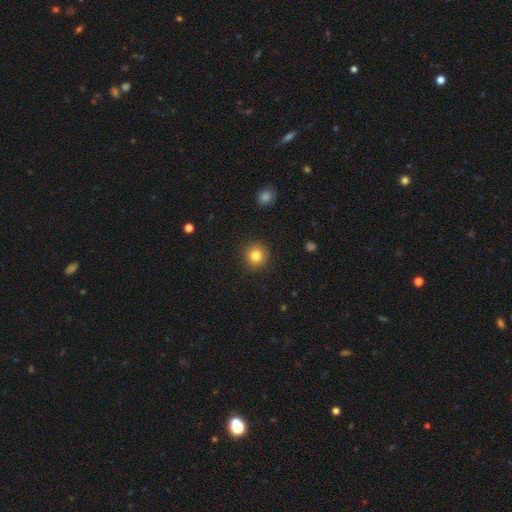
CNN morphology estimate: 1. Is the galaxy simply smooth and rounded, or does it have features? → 82% smooth, 11% star or artifact, 7% featured or disk.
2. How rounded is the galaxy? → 93% round, 6% in between, 1% cigar-shaped.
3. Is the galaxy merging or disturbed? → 91% none, 6% minor disturbance, 2% major disturbance, 1% merger.